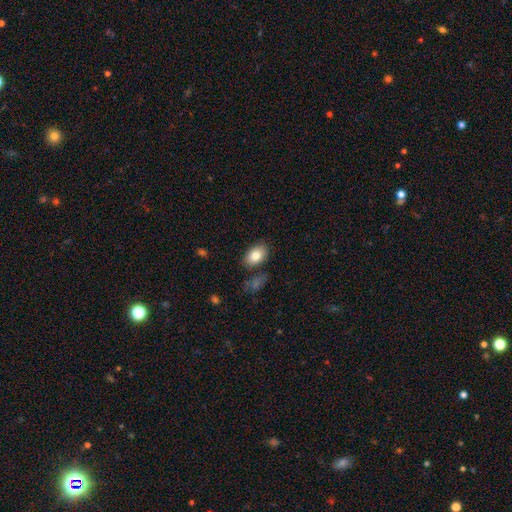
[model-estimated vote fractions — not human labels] Q: Smooth or featured?
A: smooth (81%); runner-up: featured or disk (11%)
Q: How rounded?
A: in between (88%); runner-up: round (11%)
Q: Merging?
A: none (80%); runner-up: minor disturbance (12%)